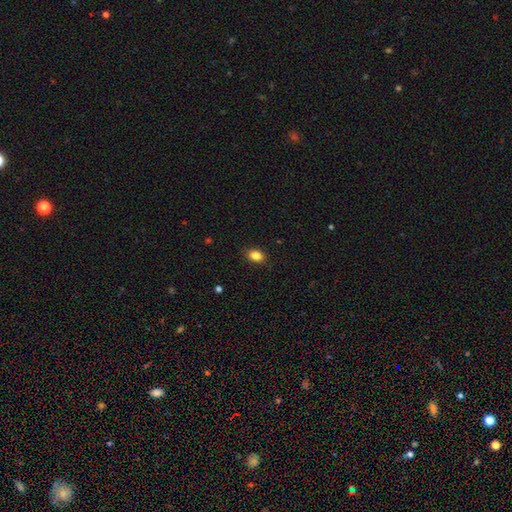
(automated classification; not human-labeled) The model was most divided on "how rounded": in between: 74%, round: 24%, cigar-shaped: 1%. More confident: merging — none (87%); smooth or featured — smooth (85%).